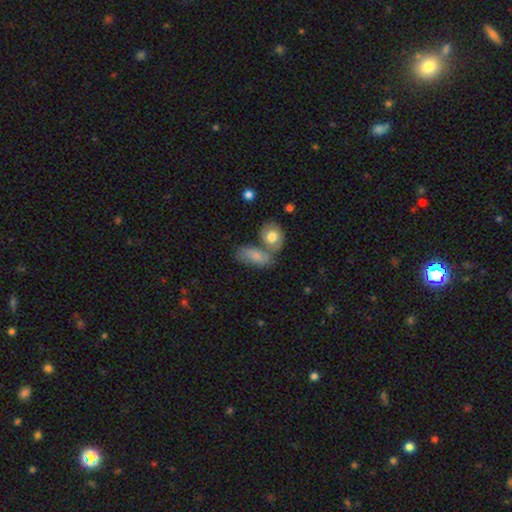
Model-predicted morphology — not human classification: smooth_or_featured: smooth (p=0.72) [alt: featured or disk p=0.20]
how_rounded: in between (p=0.85) [alt: round p=0.10]
merging: merger (p=0.44) [alt: none p=0.34]